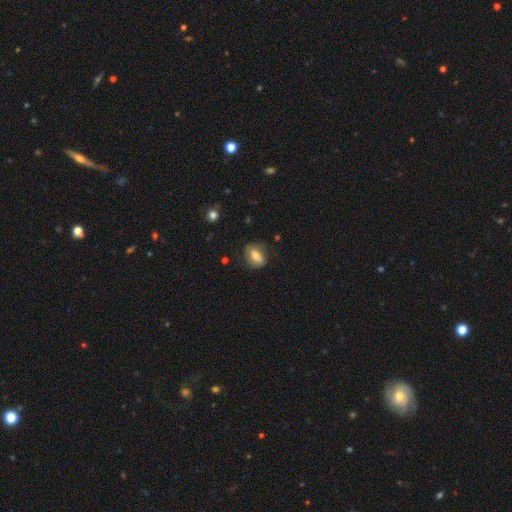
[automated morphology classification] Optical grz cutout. It shows a smooth galaxy with no disk features (64%) that is in between round and cigar-shaped (79%). Merging: none (70%).